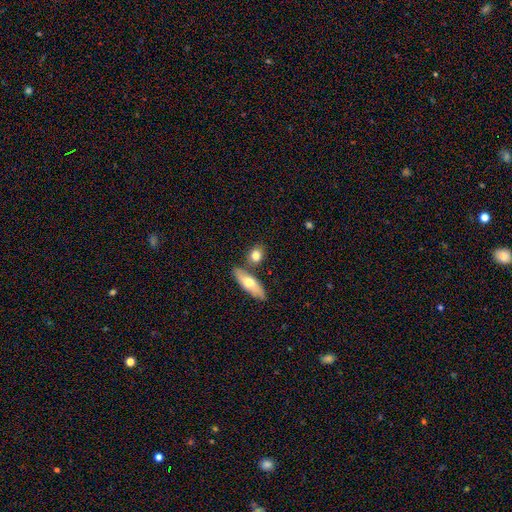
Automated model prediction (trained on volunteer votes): Q: Smooth or featured?
A: smooth (77%); runner-up: featured or disk (16%)
Q: How rounded?
A: in between (54%); runner-up: round (35%)
Q: Merging?
A: none (67%); runner-up: merger (18%)